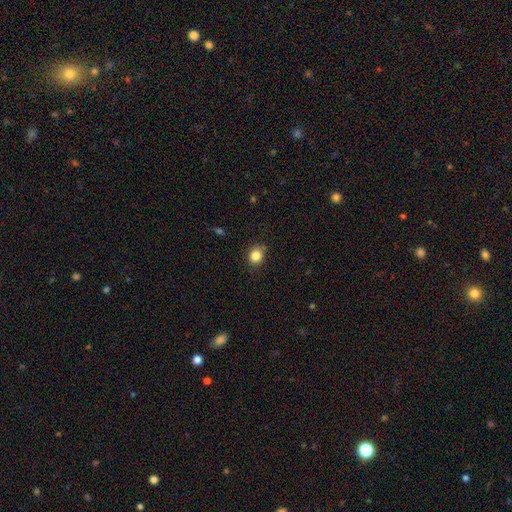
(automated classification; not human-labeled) This appears to be a smooth galaxy with no disk features (84%) that is round (79%). Merging: none (79%).